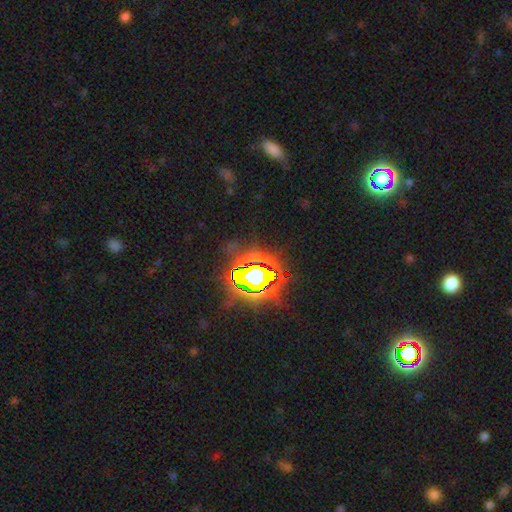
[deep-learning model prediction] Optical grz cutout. It shows a star or artifact, not a galaxy (78%).